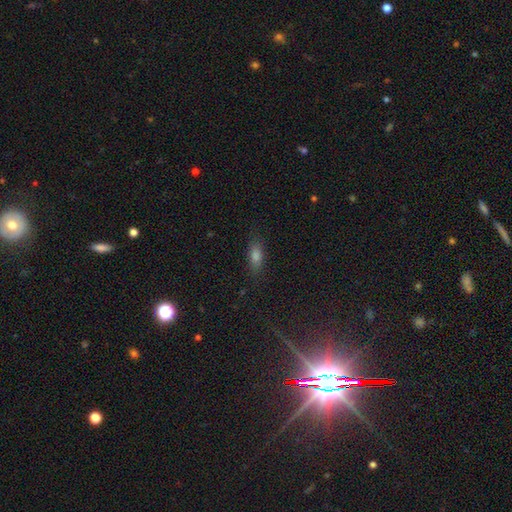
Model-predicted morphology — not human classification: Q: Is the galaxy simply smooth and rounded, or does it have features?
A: smooth — 64%.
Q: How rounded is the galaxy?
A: in between — 68%.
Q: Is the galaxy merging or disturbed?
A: none — 83%.